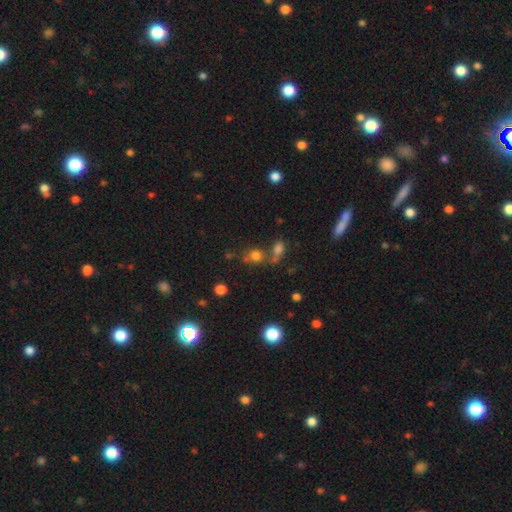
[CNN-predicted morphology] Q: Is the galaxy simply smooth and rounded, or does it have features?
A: smooth — 71%.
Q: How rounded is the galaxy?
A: round — 74%.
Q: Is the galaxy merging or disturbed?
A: none — 53%.